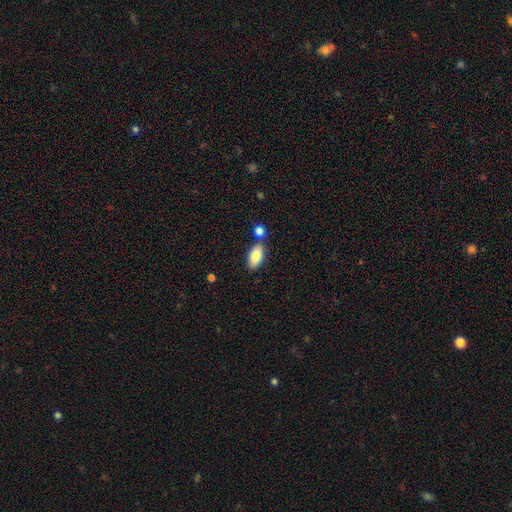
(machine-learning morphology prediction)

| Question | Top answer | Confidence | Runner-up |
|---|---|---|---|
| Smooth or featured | smooth | 84% | featured or disk (10%) |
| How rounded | in between | 88% | cigar-shaped (9%) |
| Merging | none | 72% | merger (14%) |